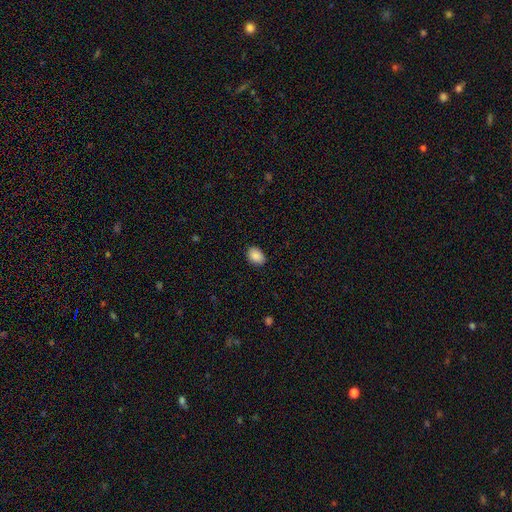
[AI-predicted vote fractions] A smooth galaxy with no disk features (89%) that is in between round and cigar-shaped (73%). Merging: none (87%).